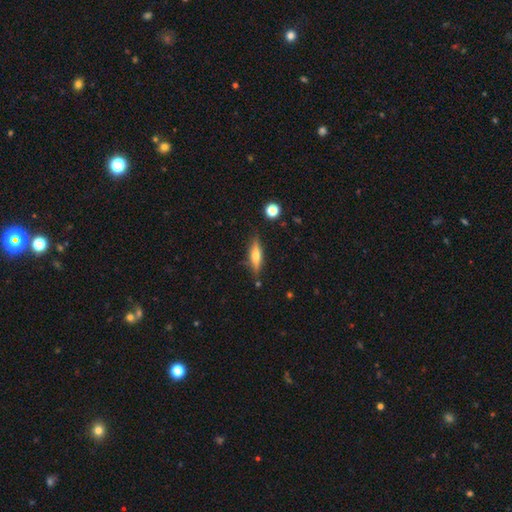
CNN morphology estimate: type=featured or disk (51%); edge-on=yes (93%); merging=none (84%).